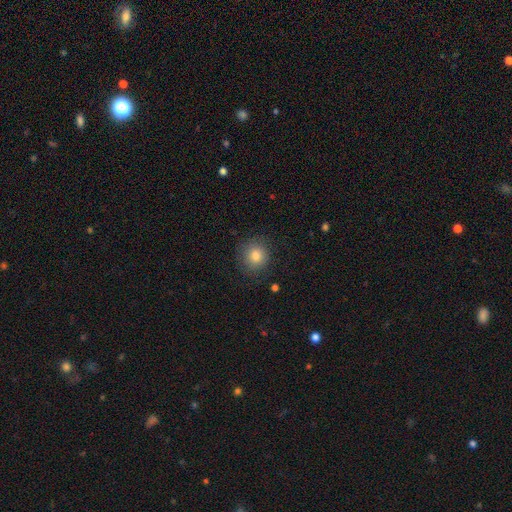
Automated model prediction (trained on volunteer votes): Smooth or featured: smooth — 82% (star or artifact — 10%)
How rounded: round — 89% (in between — 10%)
Merging: none — 85% (minor disturbance — 11%)